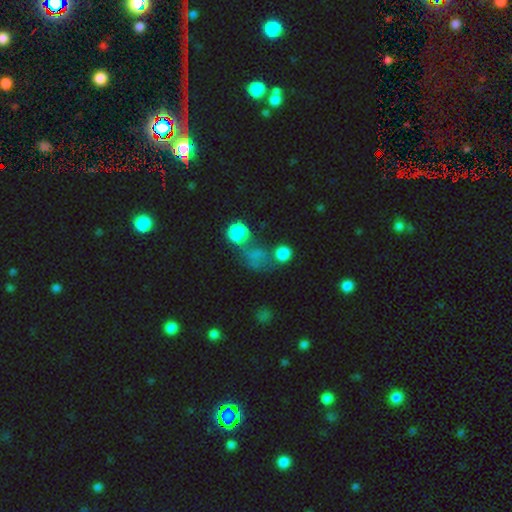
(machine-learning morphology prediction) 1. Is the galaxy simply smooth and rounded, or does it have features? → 65% smooth, 22% star or artifact, 13% featured or disk.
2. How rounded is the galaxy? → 68% round, 30% in between, 2% cigar-shaped.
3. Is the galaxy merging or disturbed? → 37% none, 27% merger, 21% major disturbance, 15% minor disturbance.